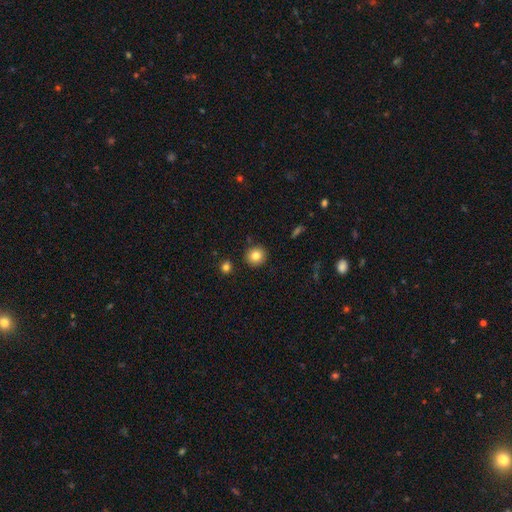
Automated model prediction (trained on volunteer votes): This appears to be a smooth galaxy with no disk features (82%) that is round (93%). Merging: none (89%).